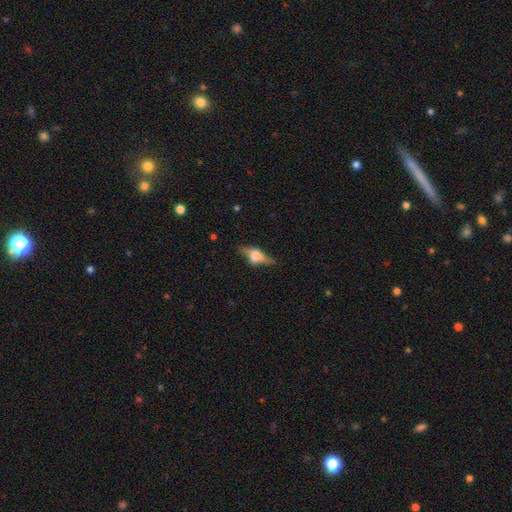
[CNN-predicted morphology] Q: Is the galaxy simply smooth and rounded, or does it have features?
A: featured or disk — 65%.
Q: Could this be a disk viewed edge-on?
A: yes — 92%.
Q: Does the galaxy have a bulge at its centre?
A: rounded — 89%.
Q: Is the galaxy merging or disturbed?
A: none — 72%.